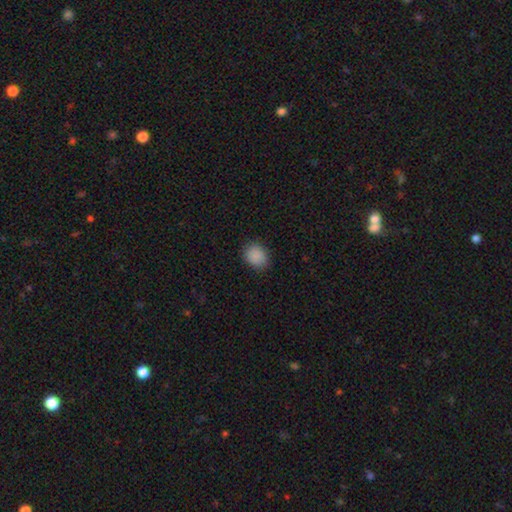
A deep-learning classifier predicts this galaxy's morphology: Overall: smooth (89%). How rounded: round (50%; in between 49%). Merging: none (85%).